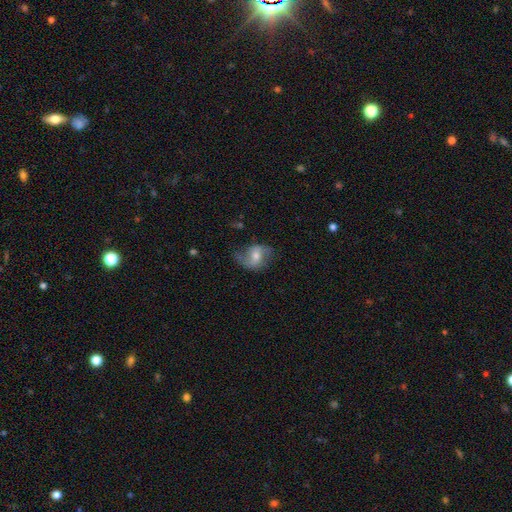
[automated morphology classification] smooth-or-featured: featured or disk: 61% | smooth: 32% | star or artifact: 7%
  disk-edge-on: no: 96% | yes: 4%
    bar: weak: 42% | no: 41% | strong: 17%
    has-spiral-arms: yes: 86% | no: 14%
      spiral-winding: loose: 57% | medium: 33% | tight: 10%
      spiral-arm-count: 2: 79% | 1: 12% | can't tell: 6% | 3: 1% | 4: 1% | more than 4: 1%
    bulge-size: moderate: 58% | small: 32% | large: 6% | none: 3% | dominant: 1%
  merging: none: 57% | minor disturbance: 25% | major disturbance: 16% | merger: 2%